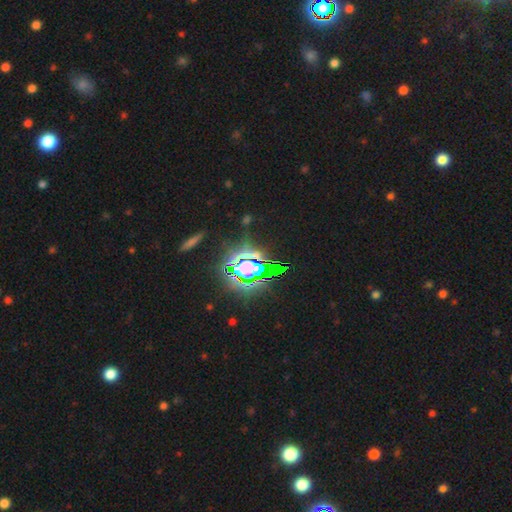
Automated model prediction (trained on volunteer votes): A star or artifact, not a galaxy (85%).

Vote fractions:
- Smooth or featured? star or artifact: 85% / smooth: 9% / featured or disk: 6%